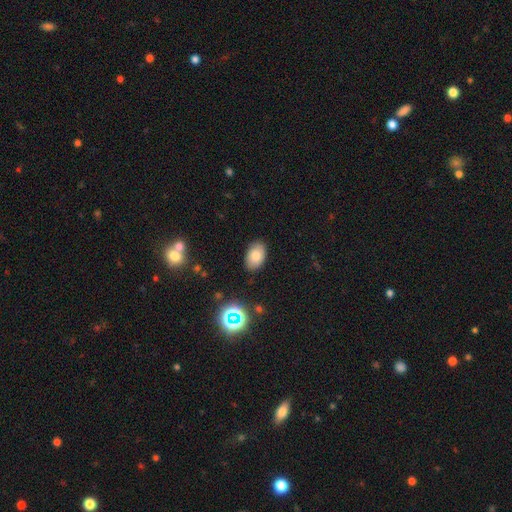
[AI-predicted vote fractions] This is likely a smooth galaxy (79%). How rounded: clearly in between (89%). Merging: clearly none (86%).